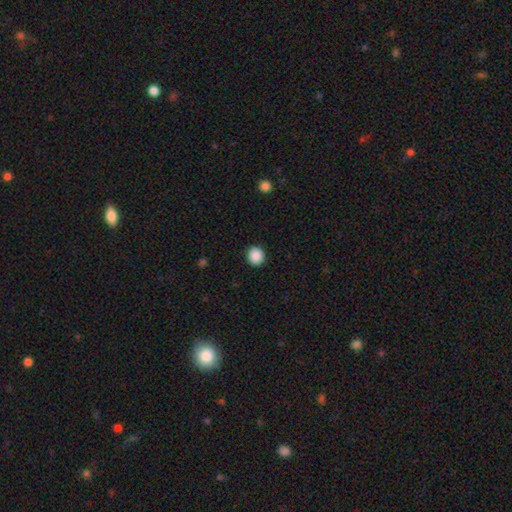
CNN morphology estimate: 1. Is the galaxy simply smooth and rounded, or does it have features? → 89% smooth, 8% star or artifact, 3% featured or disk.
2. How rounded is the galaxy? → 88% round, 12% in between, 1% cigar-shaped.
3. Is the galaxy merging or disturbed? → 91% none, 6% minor disturbance, 2% major disturbance, 1% merger.